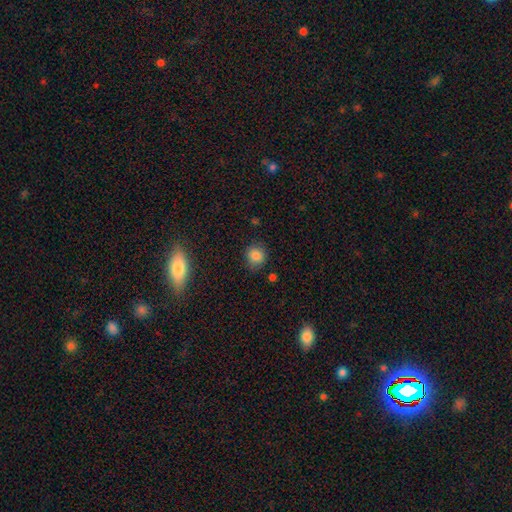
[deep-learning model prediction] The model was most divided on "how rounded": round: 81%, in between: 18%, cigar-shaped: 1%. More confident: smooth or featured — smooth (85%); merging — none (83%).